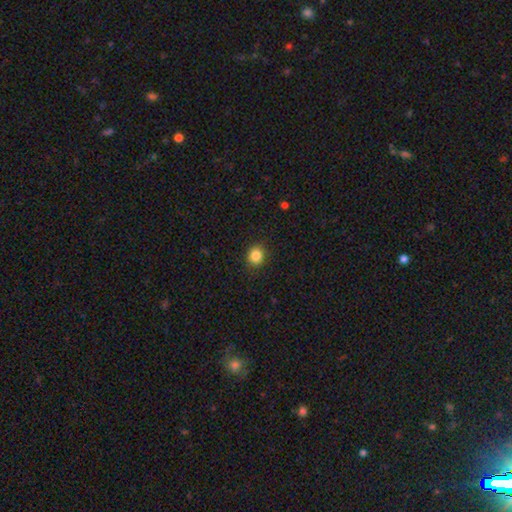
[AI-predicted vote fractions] Overall: smooth (85%). How rounded: round (81%). Merging: none (90%).